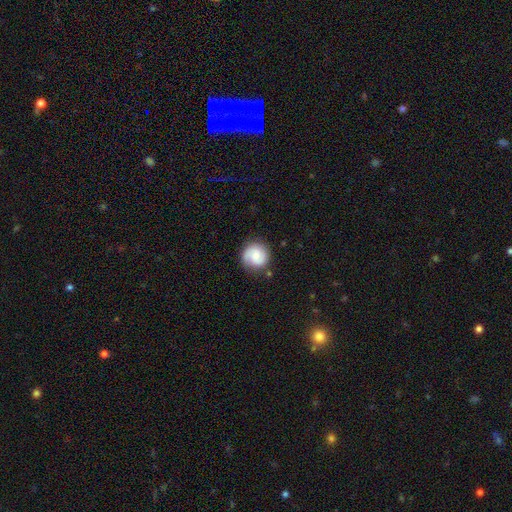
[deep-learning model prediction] A smooth galaxy with no disk features (47%).

Vote fractions:
- Smooth or featured? smooth: 47% / featured or disk: 45% / star or artifact: 8%
- Merging? none: 78% / minor disturbance: 16% / major disturbance: 5% / merger: 2%